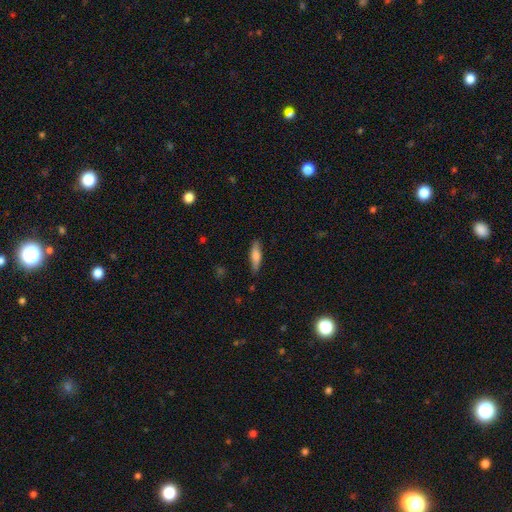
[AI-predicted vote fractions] Smooth or featured? Predicted: smooth (p=0.69). How rounded? Predicted: cigar-shaped (p=0.64). Merging? Predicted: none (p=0.83).